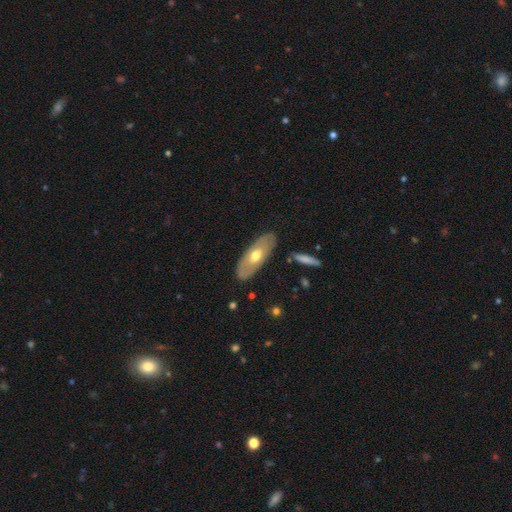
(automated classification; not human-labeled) This is possibly a smooth galaxy (49%). Merging: clearly none (84%).